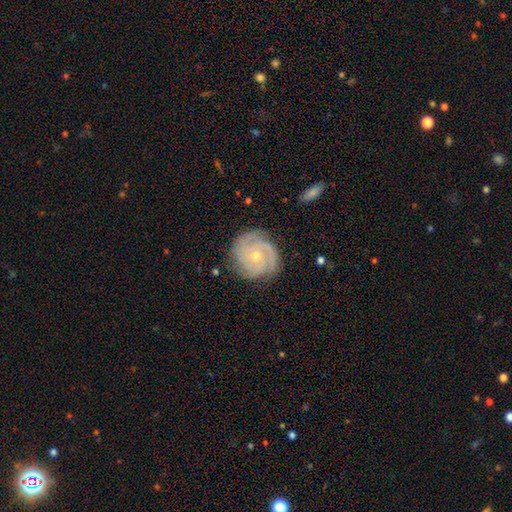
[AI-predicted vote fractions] featured or disk 84%, smooth 11%, star or artifact 6%. Down the decision tree: edge-on disk — no (98%); bar — no (80%); spiral arms — yes (96%); spiral arm count — 3 (37%); spiral winding — tight (73%); bulge size — small (62%); merging — none (78%).